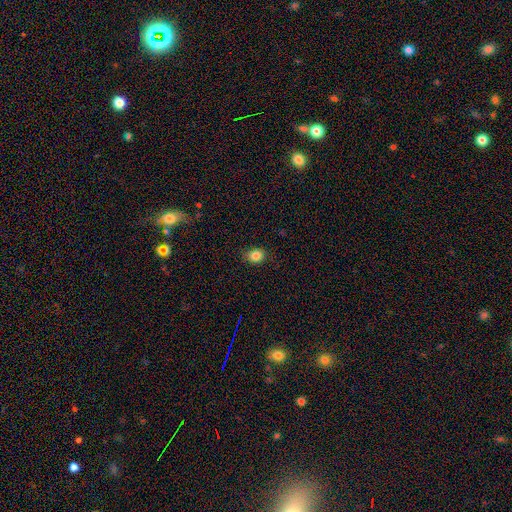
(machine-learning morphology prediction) A smooth galaxy with no disk features (84%) that is round (59%). Merging: none (83%).